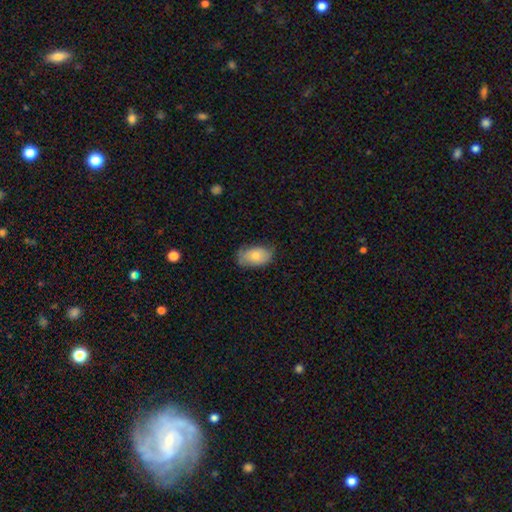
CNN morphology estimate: smooth_or_featured: smooth (p=0.76) [alt: featured or disk p=0.17]
how_rounded: in between (p=0.93) [alt: round p=0.06]
merging: none (p=0.64) [alt: minor disturbance p=0.28]